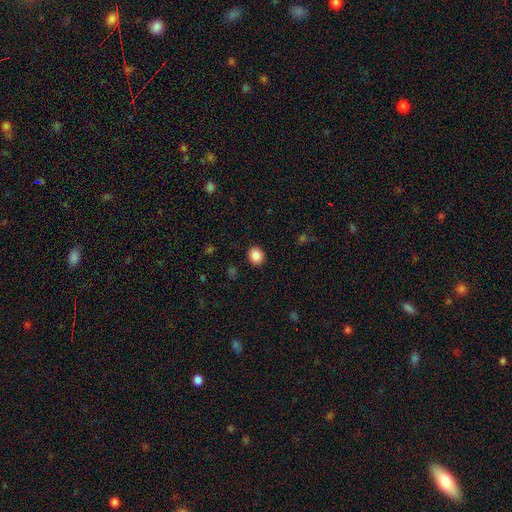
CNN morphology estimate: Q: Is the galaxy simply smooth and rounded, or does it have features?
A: smooth — 87%.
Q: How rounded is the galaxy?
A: round — 75%.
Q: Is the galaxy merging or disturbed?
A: none — 91%.